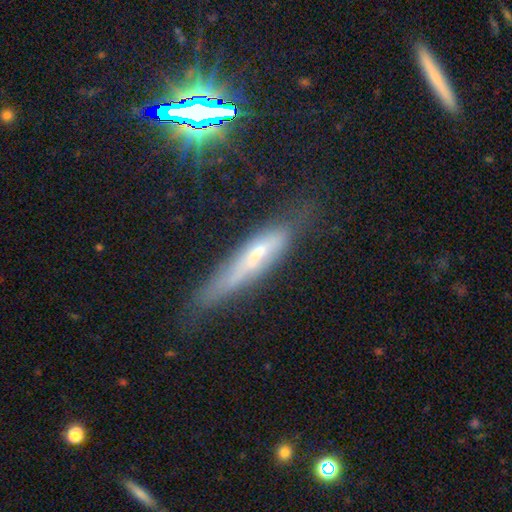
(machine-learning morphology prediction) This appears to be a featured or disk galaxy (48%). Merging: none (59%).